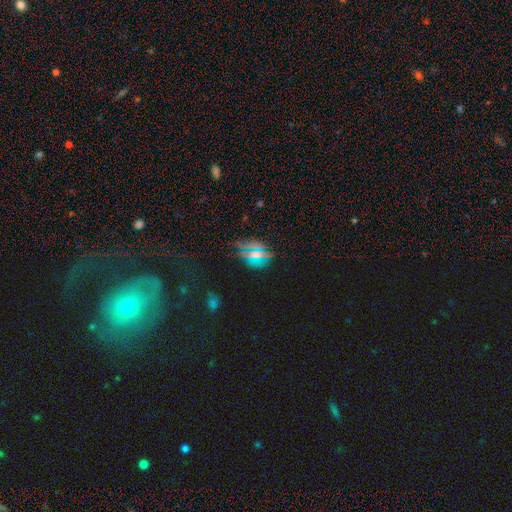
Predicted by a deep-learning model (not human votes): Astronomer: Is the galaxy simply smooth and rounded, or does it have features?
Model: smooth — 55% (runner-up: star or artifact, 34%).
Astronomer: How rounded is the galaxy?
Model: in between — 61%.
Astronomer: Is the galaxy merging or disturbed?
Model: none — 77%.